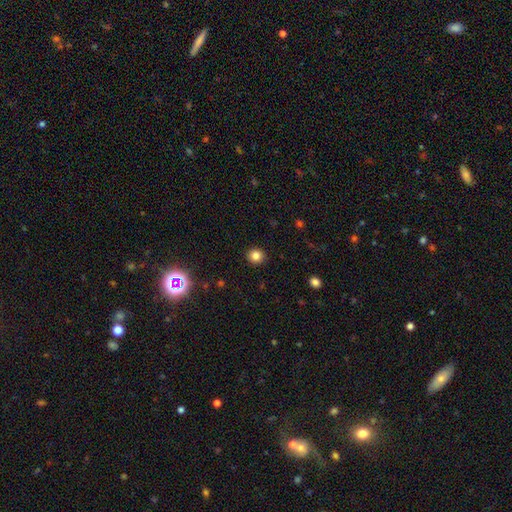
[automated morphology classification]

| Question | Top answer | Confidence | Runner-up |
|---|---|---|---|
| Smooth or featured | smooth | 82% | star or artifact (13%) |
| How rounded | round | 84% | in between (15%) |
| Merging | none | 91% | minor disturbance (6%) |